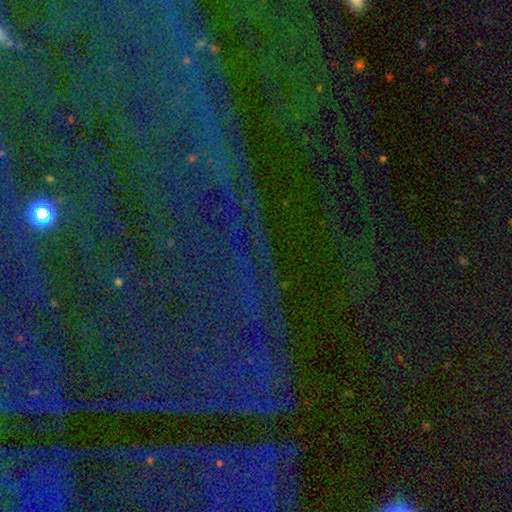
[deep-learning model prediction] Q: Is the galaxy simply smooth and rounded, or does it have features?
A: star or artifact — 81%.